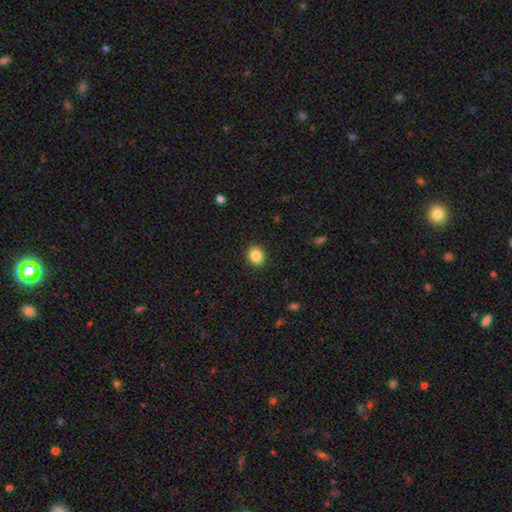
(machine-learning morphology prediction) A smooth galaxy with no disk features (86%) that is round (74%). Merging: none (91%).